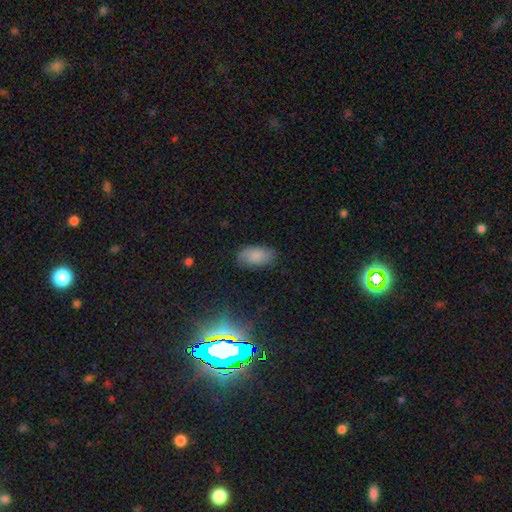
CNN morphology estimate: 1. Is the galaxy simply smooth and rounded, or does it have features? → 79% smooth, 11% featured or disk, 9% star or artifact.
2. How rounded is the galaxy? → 94% in between, 4% round, 3% cigar-shaped.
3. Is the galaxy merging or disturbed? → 82% none, 14% minor disturbance, 3% major disturbance, 1% merger.